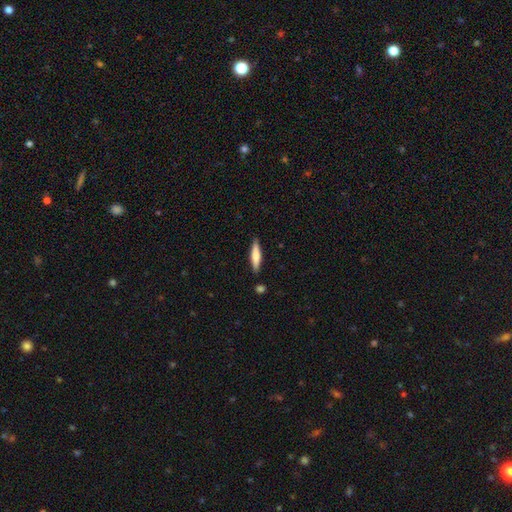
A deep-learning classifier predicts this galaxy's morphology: Q: Smooth or featured?
A: smooth (64%); runner-up: featured or disk (30%)
Q: How rounded?
A: cigar-shaped (82%); runner-up: in between (16%)
Q: Merging?
A: none (86%); runner-up: minor disturbance (9%)